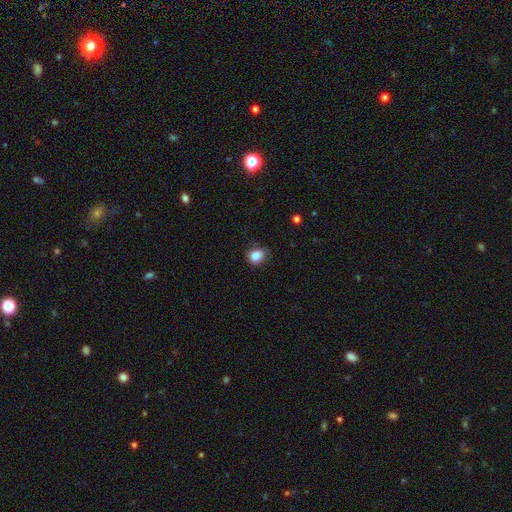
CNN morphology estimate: type=smooth (82%); roundness=round (62%); merging=none (73%).